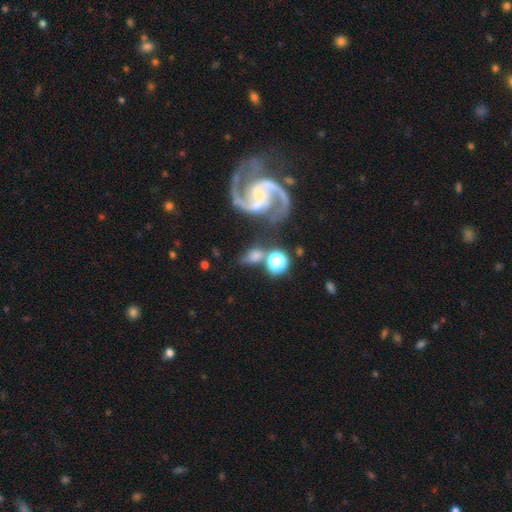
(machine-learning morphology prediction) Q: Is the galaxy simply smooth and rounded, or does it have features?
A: featured or disk — 49%.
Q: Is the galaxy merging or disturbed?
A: none — 54%.